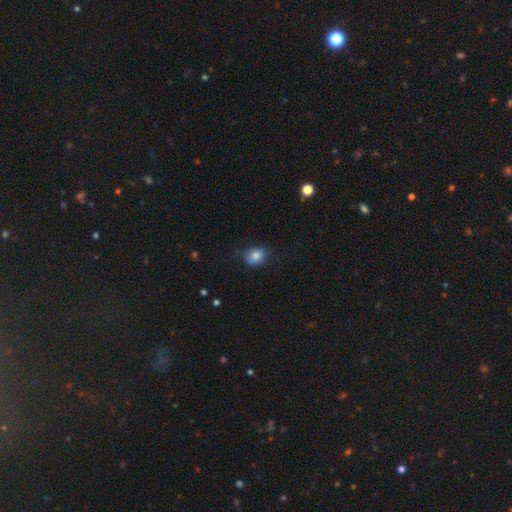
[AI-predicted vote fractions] This is clearly a smooth galaxy (83%). How rounded: likely round (60%). Merging: likely none (67%).